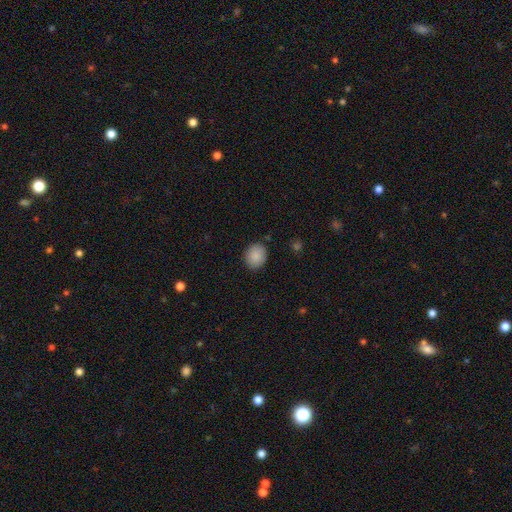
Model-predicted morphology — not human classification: Overall: smooth (88%). How rounded: round (62%; in between 37%). Merging: none (86%).